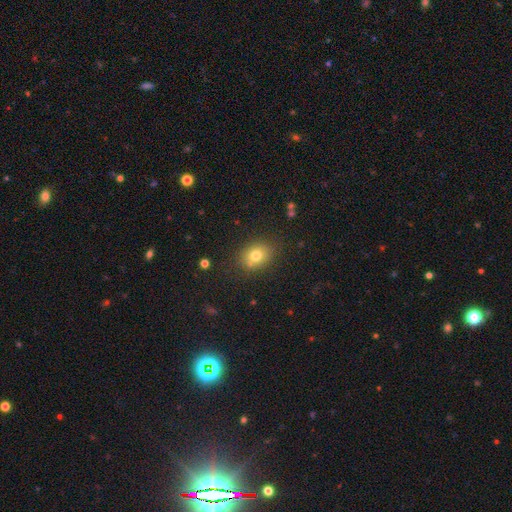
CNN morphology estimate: A smooth galaxy with no disk features (76%) that is in between round and cigar-shaped (50%).

Vote fractions:
- Smooth or featured? smooth: 76% / star or artifact: 13% / featured or disk: 11%
- How rounded? in between: 50% / round: 49% / cigar-shaped: 1%
- Merging? none: 78% / minor disturbance: 13% / merger: 6% / major disturbance: 4%